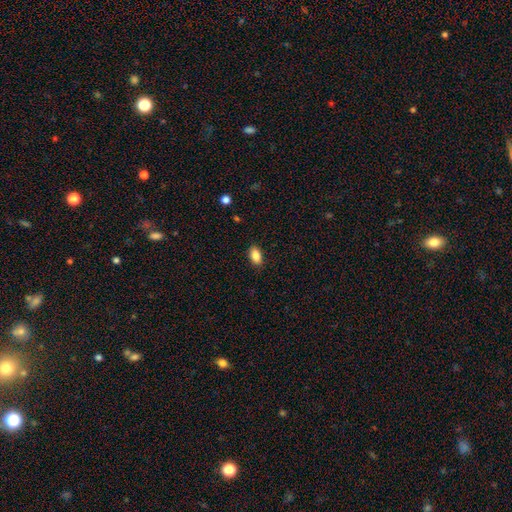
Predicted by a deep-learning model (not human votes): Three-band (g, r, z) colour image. It shows a smooth galaxy with no disk features (88%) that is in between round and cigar-shaped (91%). Merging: none (88%).